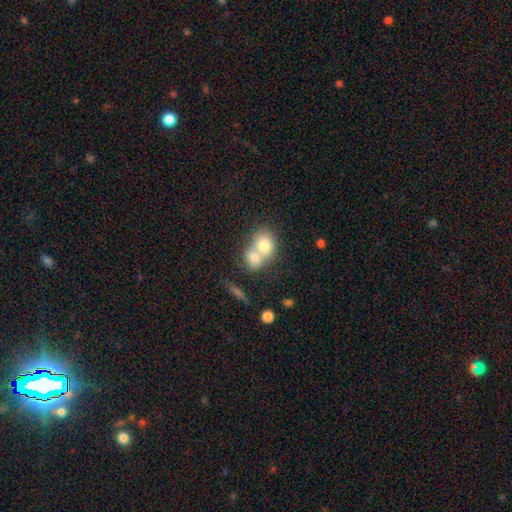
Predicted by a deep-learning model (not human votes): Smooth or featured?
  - smooth: 72% *
  - featured or disk: 19%
  - star or artifact: 9%
How rounded?
  - round: 57% *
  - in between: 42%
  - cigar-shaped: 1%
Merging?
  - merger: 68% *
  - none: 23%
  - minor disturbance: 6%
  - major disturbance: 3%